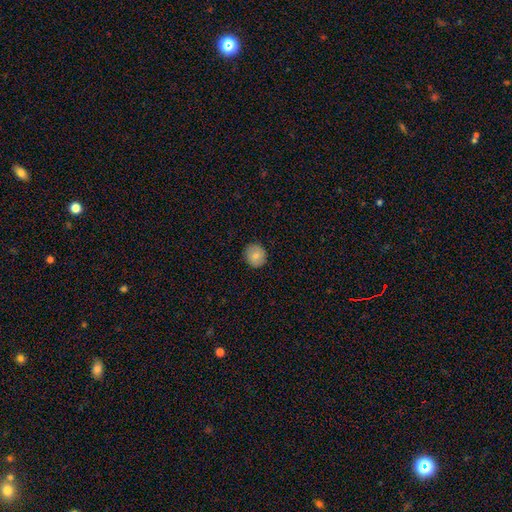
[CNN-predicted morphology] type=smooth (81%); roundness=round (85%); merging=none (90%).